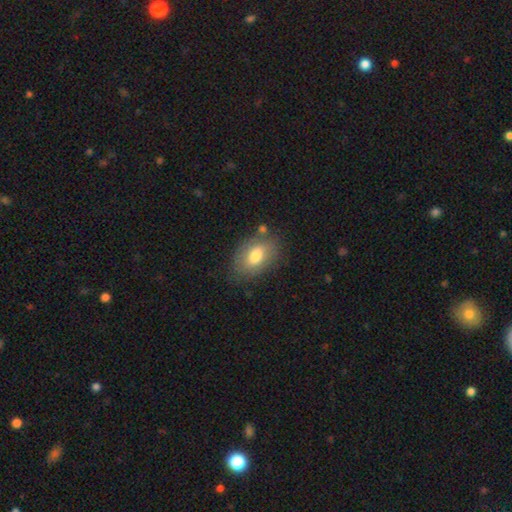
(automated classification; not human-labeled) Smooth or featured? smooth (74%)
How rounded? in between (88%)
Merging? none (74%)